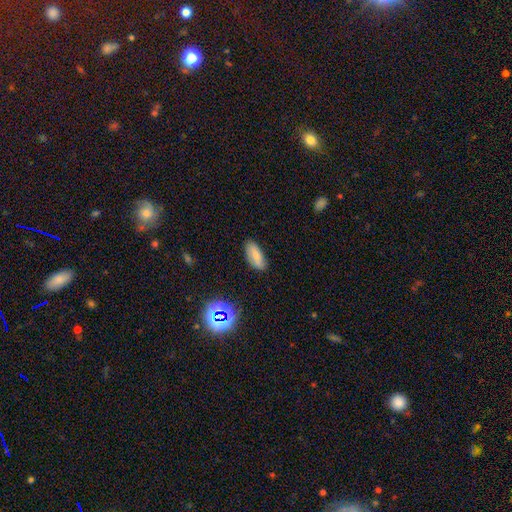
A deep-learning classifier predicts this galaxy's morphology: This appears to be a smooth galaxy with no disk features (78%) that is in between round and cigar-shaped (84%). Merging: none (83%).